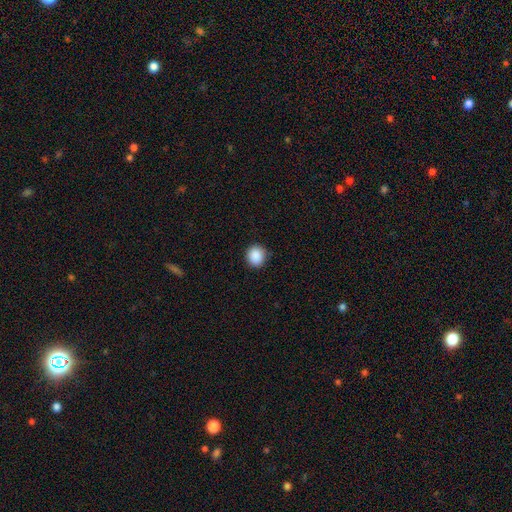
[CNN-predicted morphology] Q: Smooth or featured?
A: smooth (89%); runner-up: star or artifact (8%)
Q: How rounded?
A: round (86%); runner-up: in between (14%)
Q: Merging?
A: none (88%); runner-up: minor disturbance (9%)